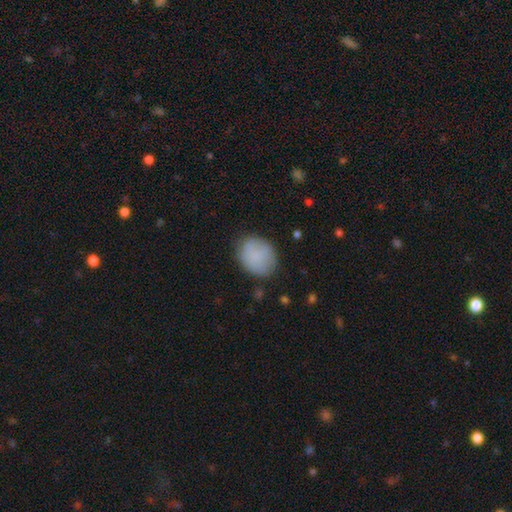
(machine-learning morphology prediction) Smooth or featured? smooth (83%)
How rounded? round (60%)
Merging? none (75%)